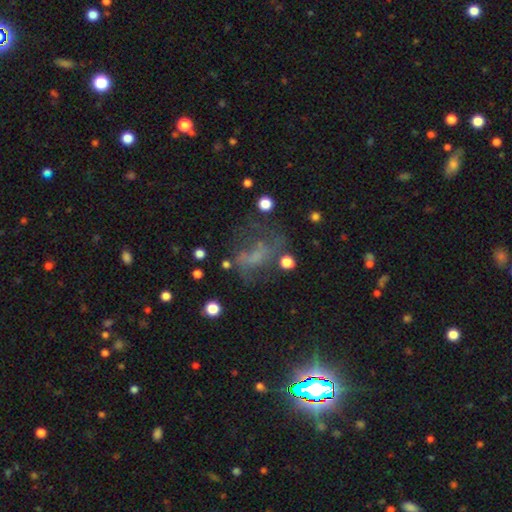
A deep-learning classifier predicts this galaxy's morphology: A featured or disk galaxy (40%).

Vote fractions:
- Smooth or featured? featured or disk: 40% / smooth: 30% / star or artifact: 29%
- Merging? none: 40% / major disturbance: 35% / minor disturbance: 20% / merger: 6%